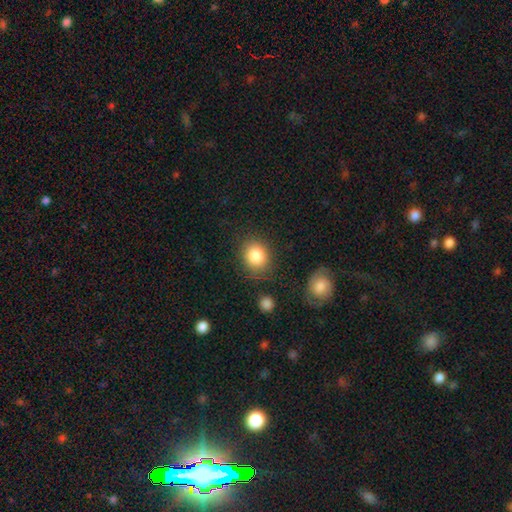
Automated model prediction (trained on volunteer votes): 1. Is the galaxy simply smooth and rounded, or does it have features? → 86% smooth, 9% star or artifact, 6% featured or disk.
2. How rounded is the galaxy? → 67% round, 32% in between, 1% cigar-shaped.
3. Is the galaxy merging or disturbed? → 79% none, 13% minor disturbance, 4% major disturbance, 4% merger.